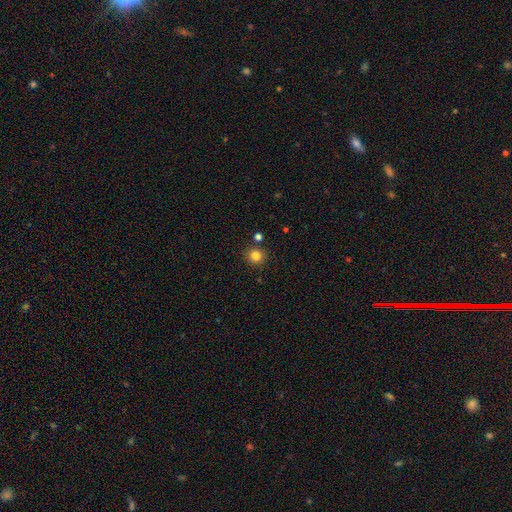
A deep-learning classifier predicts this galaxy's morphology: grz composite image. It shows a smooth galaxy with no disk features (83%) that is round (93%). Merging: none (87%).